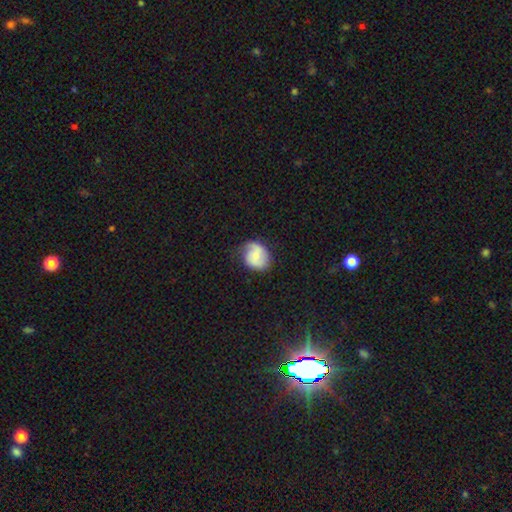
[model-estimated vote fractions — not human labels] This is possibly a smooth galaxy (47%). Merging: possibly none (60%).